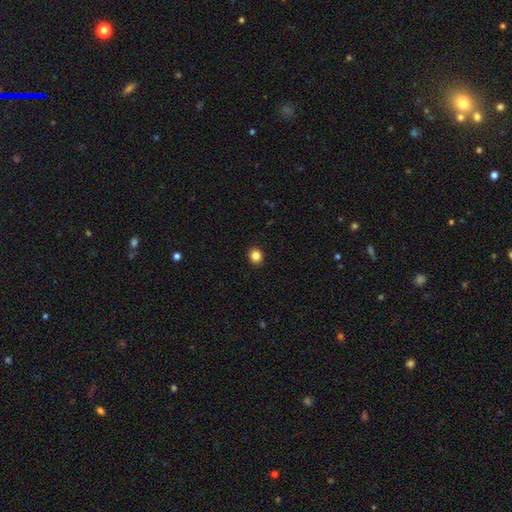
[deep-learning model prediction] Smooth or featured? Predicted: smooth (p=0.84). How rounded? Predicted: round (p=0.80). Merging? Predicted: none (p=0.92).